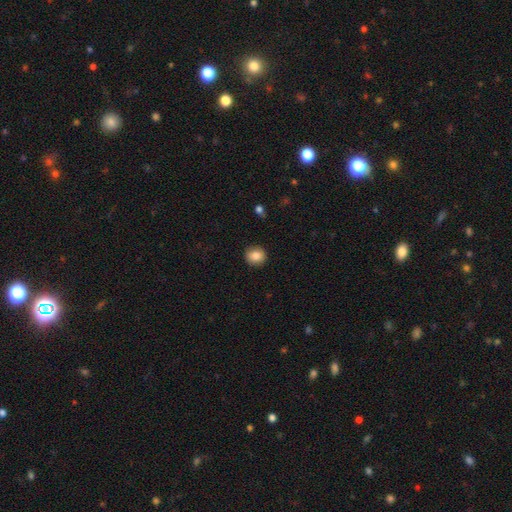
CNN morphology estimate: Overall: smooth (84%). How rounded: round (87%). Merging: none (90%).